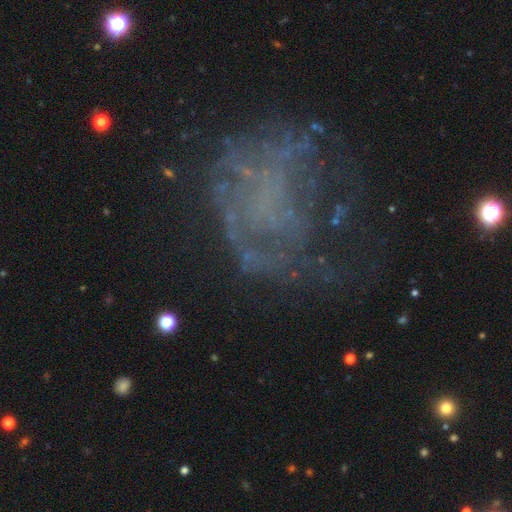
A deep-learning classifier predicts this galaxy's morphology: A featured or disk galaxy (60%) with no bar (88%), no spiral arms (70%) and no central bulge (80%).

Vote fractions:
- Smooth or featured? featured or disk: 60% / star or artifact: 22% / smooth: 18%
- Edge-on disk? no: 98% / yes: 2%
- Bar? no: 88% / weak: 10% / strong: 3%
- Spiral arms? no: 70% / yes: 30%
- Bulge size? none: 80% / small: 10% / moderate: 6% / large: 3% / dominant: 1%
- Merging? none: 42% / major disturbance: 37% / minor disturbance: 18% / merger: 4%